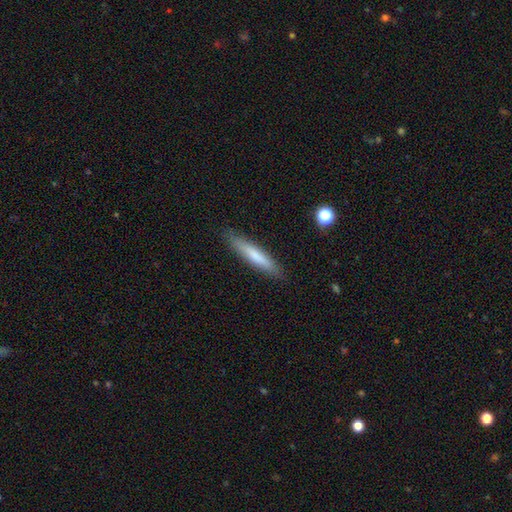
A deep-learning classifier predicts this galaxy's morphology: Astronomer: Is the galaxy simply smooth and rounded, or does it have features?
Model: smooth — 71%.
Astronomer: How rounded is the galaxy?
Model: cigar-shaped — 91%.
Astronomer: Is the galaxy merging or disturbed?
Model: none — 87%.